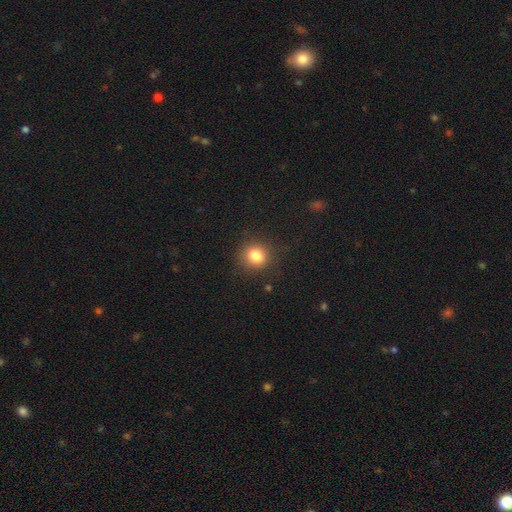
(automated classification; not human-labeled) A smooth galaxy with no disk features (82%) that is round (86%).

Vote fractions:
- Smooth or featured? smooth: 82% / star or artifact: 12% / featured or disk: 6%
- How rounded? round: 86% / in between: 13% / cigar-shaped: 1%
- Merging? none: 88% / minor disturbance: 8% / major disturbance: 3% / merger: 1%